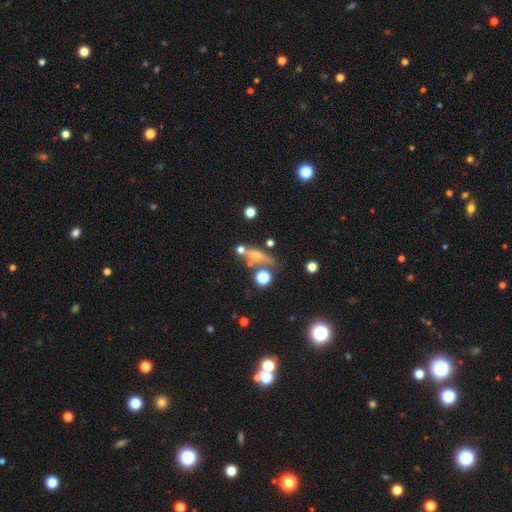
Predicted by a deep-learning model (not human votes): Morphology: type=featured or disk (47%); merging=none (60%).